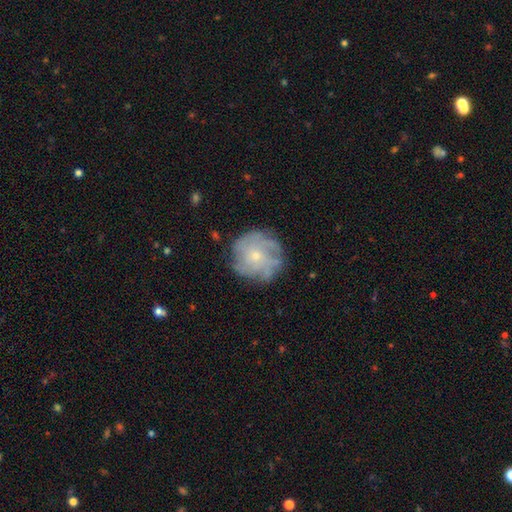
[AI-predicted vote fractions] This is likely a featured or disk galaxy (65%). It is clearly not viewed edge-on (97%). Bar: clearly no (84%). Spiral arm pattern: likely yes (78%). Central bulge: likely small (73%). Merging: likely none (77%).